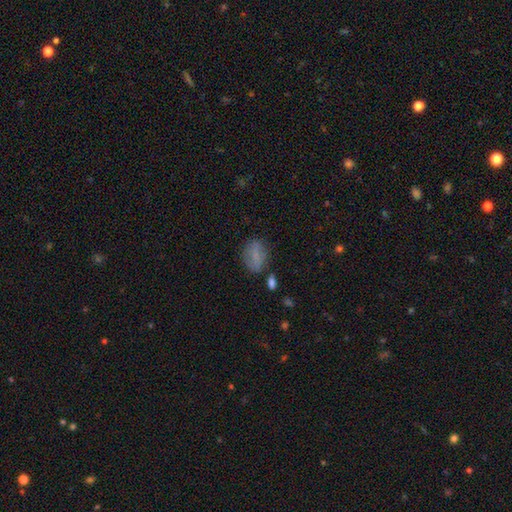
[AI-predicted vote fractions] This appears to be a smooth galaxy with no disk features (68%) that is in between round and cigar-shaped (79%). Merging: none (69%).